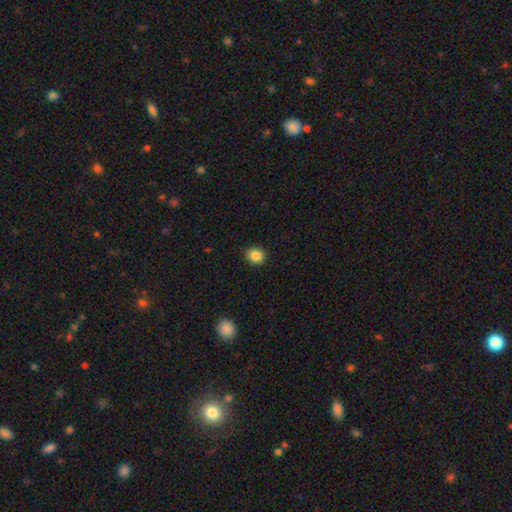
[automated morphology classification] A smooth galaxy with no disk features (85%) that is round (74%). Merging: none (89%).